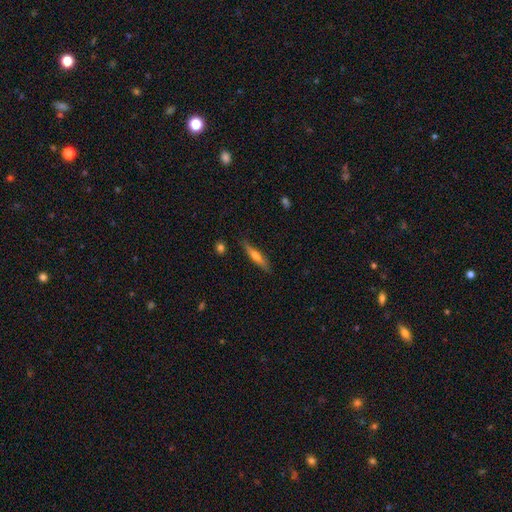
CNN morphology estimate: Q: Smooth or featured?
A: smooth (52%); runner-up: featured or disk (42%)
Q: How rounded?
A: cigar-shaped (84%); runner-up: in between (14%)
Q: Merging?
A: none (84%); runner-up: minor disturbance (12%)